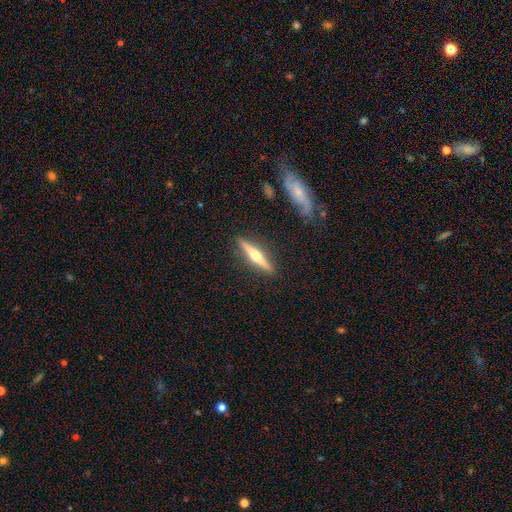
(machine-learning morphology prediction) This is likely a featured or disk galaxy (67%). It is clearly viewed edge-on (97%). Edge-on bulge: clearly rounded (92%). Merging: clearly none (89%).